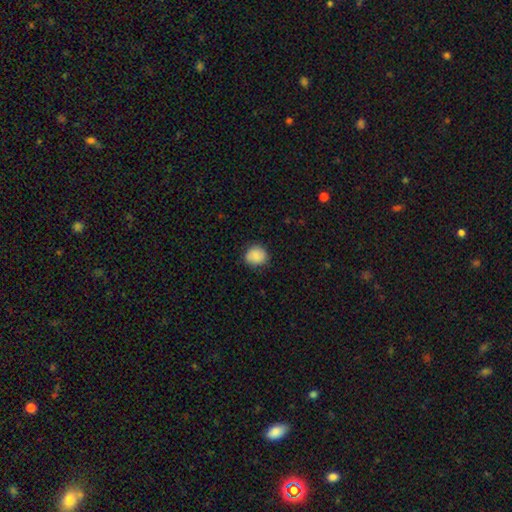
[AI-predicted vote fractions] smooth-or-featured: smooth: 87% | star or artifact: 7% | featured or disk: 6%
  how-rounded: round: 83% | in between: 16% | cigar-shaped: 1%
  merging: none: 83% | minor disturbance: 13% | major disturbance: 3% | merger: 1%